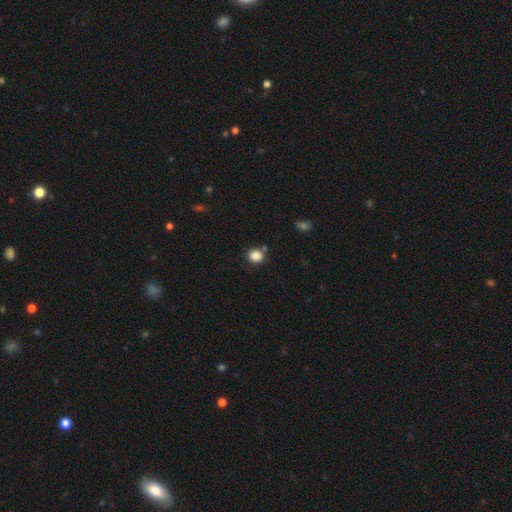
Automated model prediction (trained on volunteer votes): The model was most divided on "how rounded": round: 84%, in between: 15%, cigar-shaped: 1%. More confident: smooth or featured — smooth (85%); merging — none (79%).